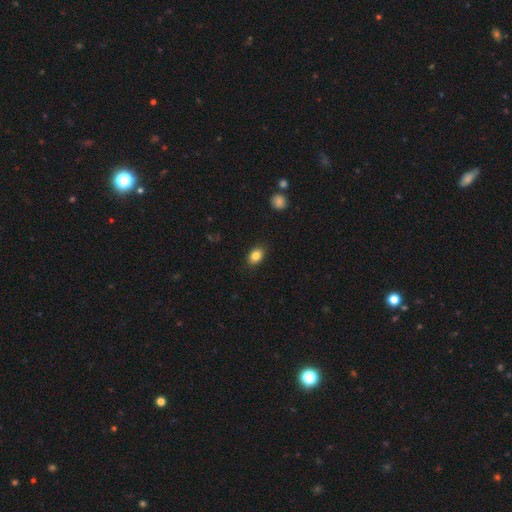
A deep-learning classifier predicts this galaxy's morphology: This is clearly a smooth galaxy (85%). How rounded: likely in between (76%). Merging: clearly none (87%).